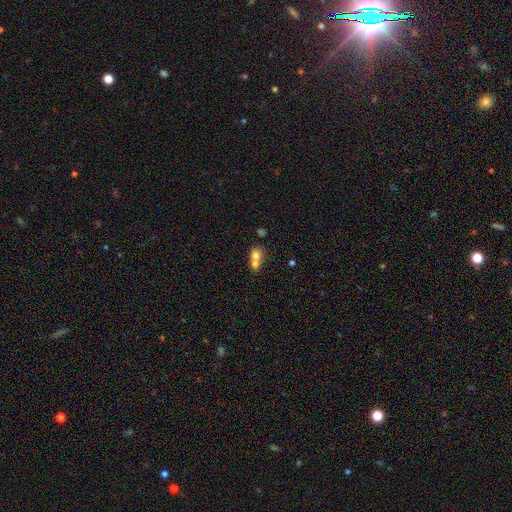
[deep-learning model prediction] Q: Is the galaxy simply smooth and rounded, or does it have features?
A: smooth — 70%.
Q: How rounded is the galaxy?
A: round — 68%.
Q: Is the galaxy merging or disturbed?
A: merger — 68%.